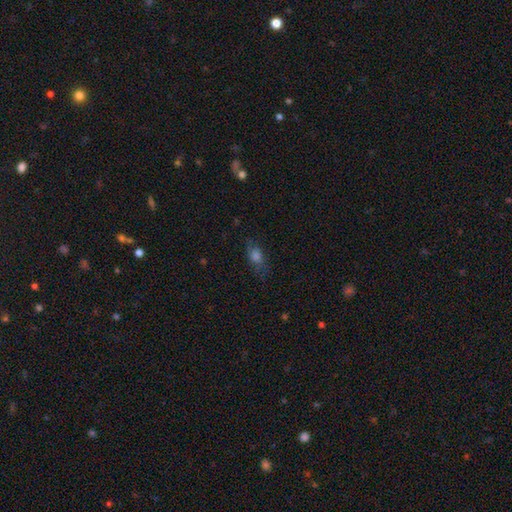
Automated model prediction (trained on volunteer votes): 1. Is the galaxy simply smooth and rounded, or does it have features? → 60% smooth, 21% featured or disk, 19% star or artifact.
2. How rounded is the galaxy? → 68% in between, 18% round, 14% cigar-shaped.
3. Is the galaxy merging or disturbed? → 70% none, 19% minor disturbance, 9% major disturbance, 2% merger.